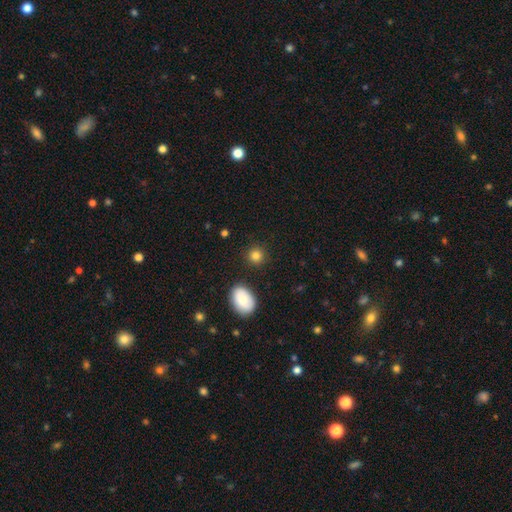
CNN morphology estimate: Overall: smooth (84%). How rounded: round (86%). Merging: none (88%).